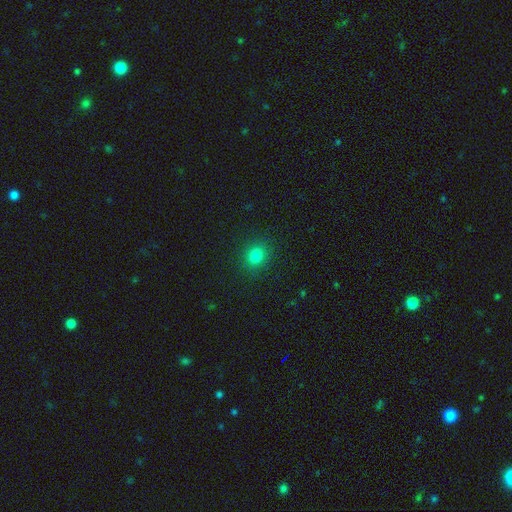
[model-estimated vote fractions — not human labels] Smooth or featured?
  - smooth: 81% *
  - star or artifact: 14%
  - featured or disk: 5%
How rounded?
  - round: 74% *
  - in between: 25%
  - cigar-shaped: 1%
Merging?
  - none: 89% *
  - minor disturbance: 7%
  - major disturbance: 3%
  - merger: 1%